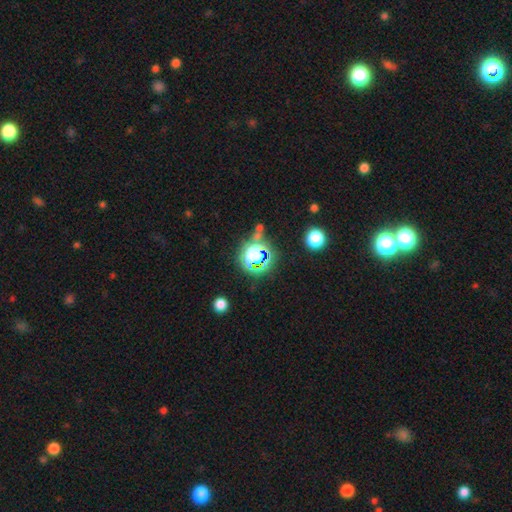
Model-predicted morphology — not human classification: Q: Smooth or featured?
A: star or artifact (51%); runner-up: smooth (36%)